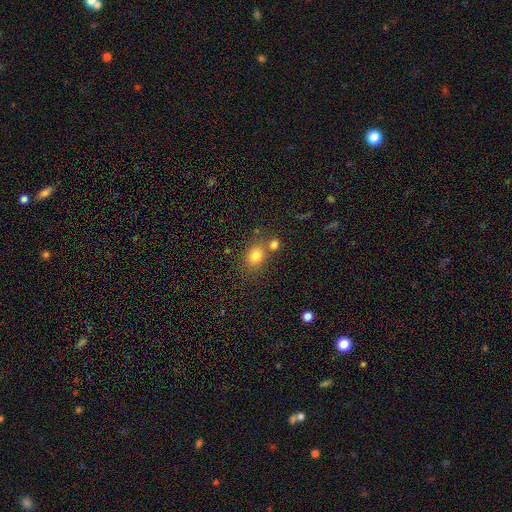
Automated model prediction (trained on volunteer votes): Smooth or featured? smooth (78%)
How rounded? round (58%)
Merging? none (62%)